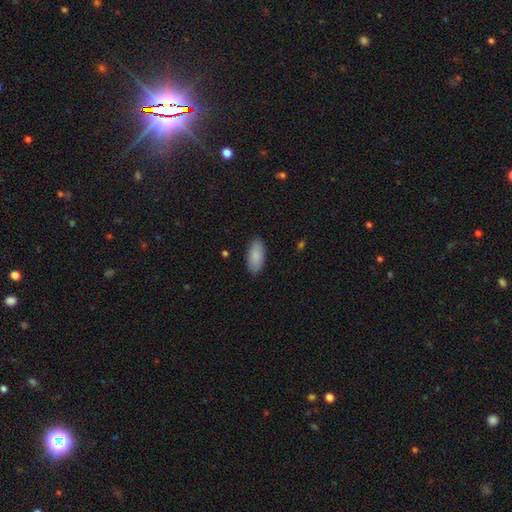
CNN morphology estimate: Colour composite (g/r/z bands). It shows a smooth galaxy with no disk features (88%) that is in between round and cigar-shaped (91%). Merging: none (87%).